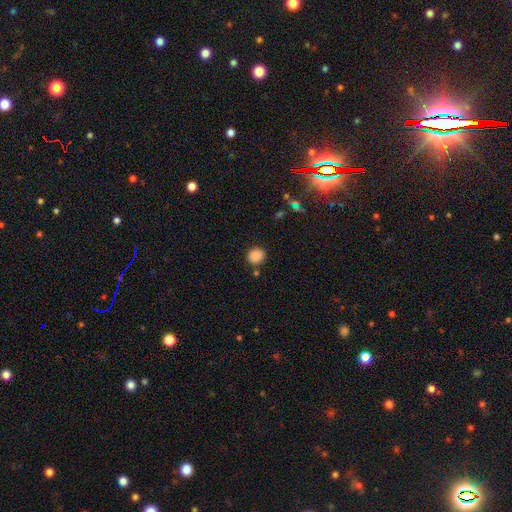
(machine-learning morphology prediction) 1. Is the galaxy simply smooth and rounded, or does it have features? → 86% smooth, 10% star or artifact, 4% featured or disk.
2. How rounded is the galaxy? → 82% round, 17% in between, 1% cigar-shaped.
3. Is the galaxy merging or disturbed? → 83% none, 9% minor disturbance, 5% merger, 3% major disturbance.